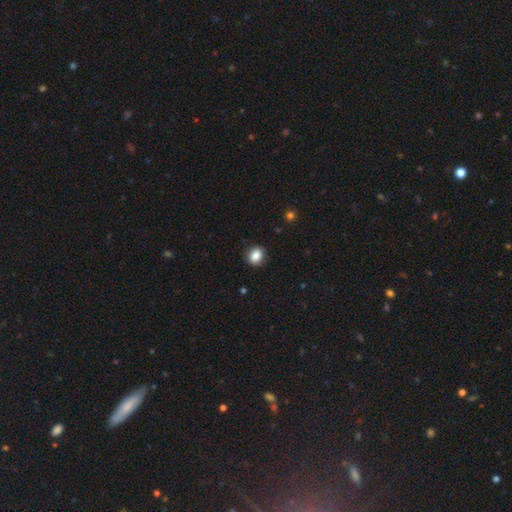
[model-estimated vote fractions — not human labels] smooth_or_featured: smooth (p=0.86) [alt: star or artifact p=0.09]
how_rounded: round (p=0.51) [alt: in between p=0.48]
merging: none (p=0.88) [alt: minor disturbance p=0.09]